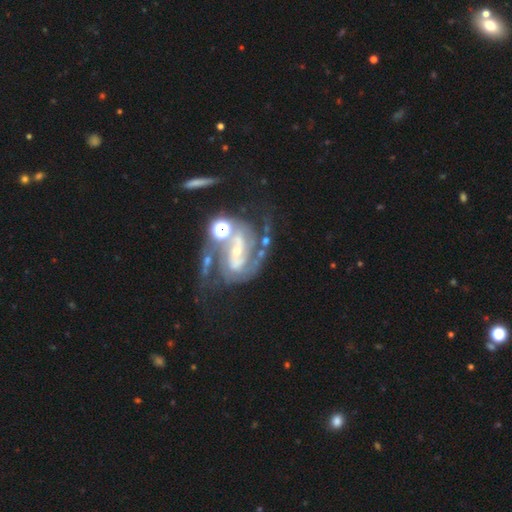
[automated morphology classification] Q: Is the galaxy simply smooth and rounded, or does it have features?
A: featured or disk — 86%.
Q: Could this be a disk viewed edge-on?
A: no — 96%.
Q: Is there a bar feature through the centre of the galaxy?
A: strong — 43%.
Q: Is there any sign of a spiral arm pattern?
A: yes — 94%.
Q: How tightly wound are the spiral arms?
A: medium — 50%.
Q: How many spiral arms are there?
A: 2 — 82%.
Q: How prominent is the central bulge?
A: small — 58%.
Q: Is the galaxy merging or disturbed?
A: none — 39%.